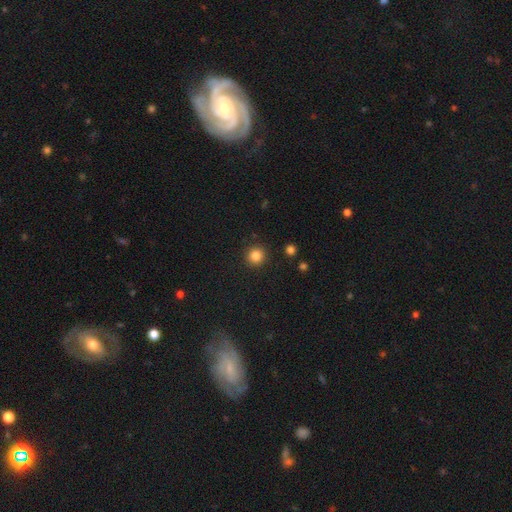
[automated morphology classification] The model was most divided on "smooth or featured": smooth: 84%, star or artifact: 12%, featured or disk: 4%. More confident: how rounded — round (94%); merging — none (91%).